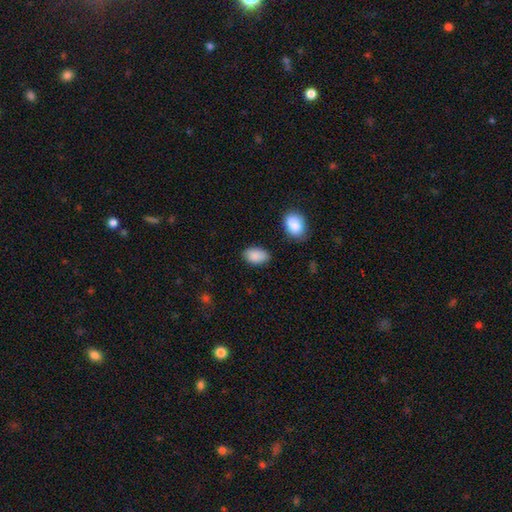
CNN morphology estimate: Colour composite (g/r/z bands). It shows a smooth galaxy with no disk features (89%) that is in between round and cigar-shaped (92%). Merging: none (80%).